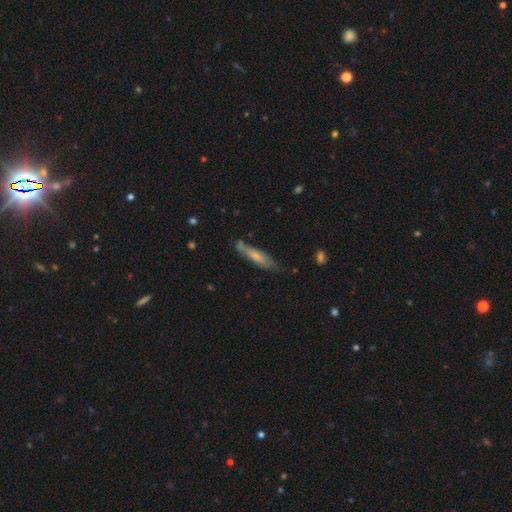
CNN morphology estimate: The model was most divided on "smooth or featured": smooth: 58%, featured or disk: 36%, star or artifact: 7%. More confident: how rounded — cigar-shaped (80%); merging — none (65%).